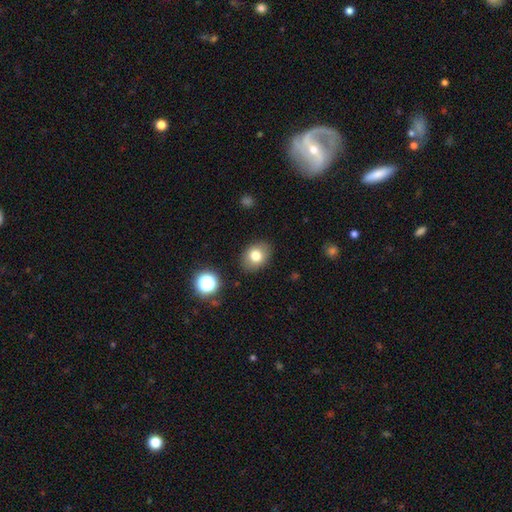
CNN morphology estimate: Smooth or featured? smooth (78%)
How rounded? in between (58%)
Merging? none (86%)